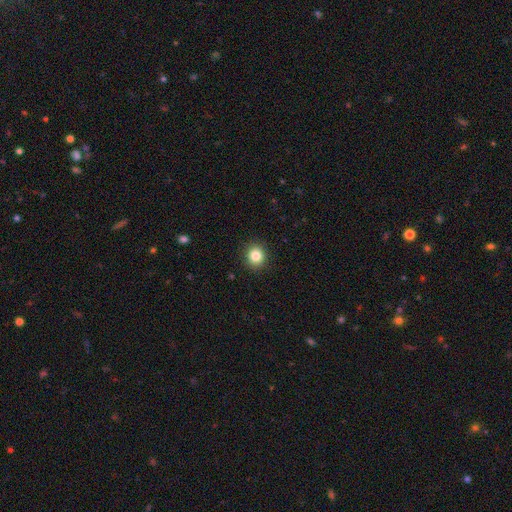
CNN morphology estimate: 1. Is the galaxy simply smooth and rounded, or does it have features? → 85% smooth, 10% star or artifact, 5% featured or disk.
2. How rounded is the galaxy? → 84% round, 16% in between, 1% cigar-shaped.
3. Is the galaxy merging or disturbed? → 91% none, 6% minor disturbance, 2% major disturbance, 1% merger.